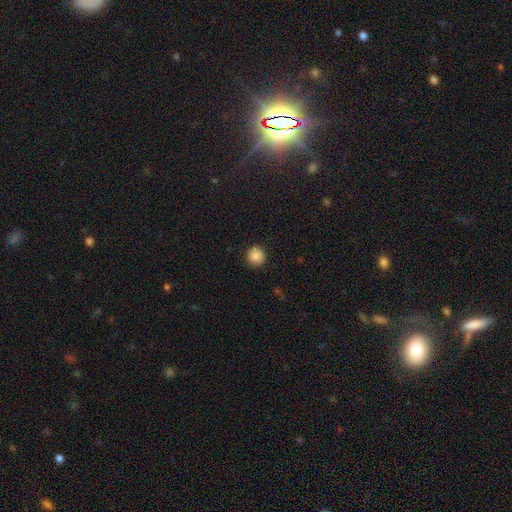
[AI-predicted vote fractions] The model was most divided on "smooth or featured": smooth: 86%, star or artifact: 10%, featured or disk: 4%. More confident: how rounded — round (94%); merging — none (91%).